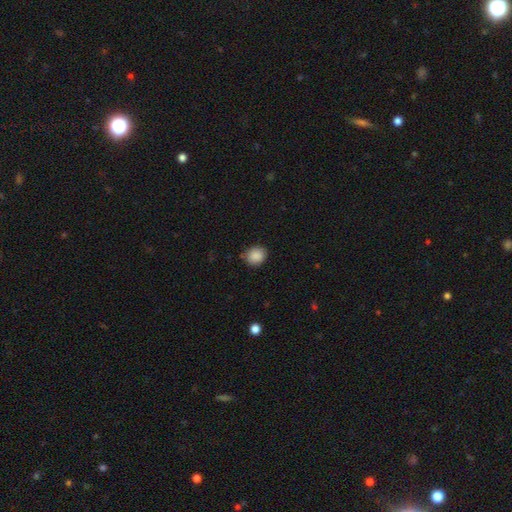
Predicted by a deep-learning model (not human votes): Smooth or featured? Predicted: smooth (p=0.88). How rounded? Predicted: round (p=0.77). Merging? Predicted: none (p=0.84).